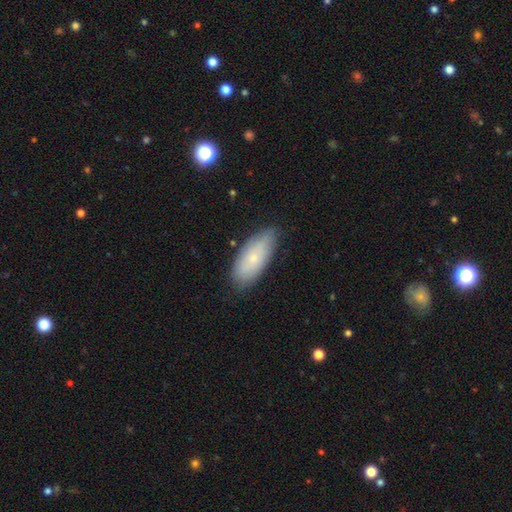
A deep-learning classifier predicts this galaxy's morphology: A smooth galaxy with no disk features (69%) that is in between round and cigar-shaped (78%).

Vote fractions:
- Smooth or featured? smooth: 69% / featured or disk: 22% / star or artifact: 9%
- How rounded? in between: 78% / cigar-shaped: 20% / round: 2%
- Merging? none: 81% / minor disturbance: 15% / major disturbance: 3% / merger: 1%